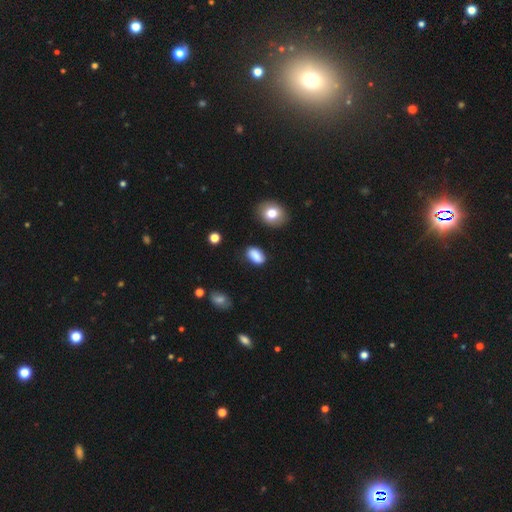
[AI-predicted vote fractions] Overall: smooth (86%). How rounded: in between (92%). Merging: none (84%).